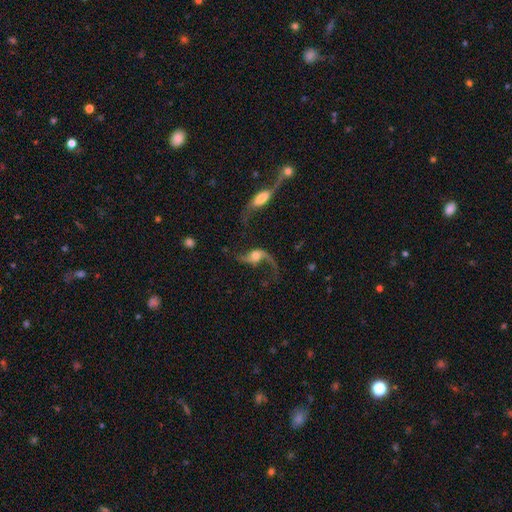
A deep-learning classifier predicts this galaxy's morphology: smooth-or-featured: featured or disk: 84% | smooth: 9% | star or artifact: 7%
  disk-edge-on: no: 94% | yes: 6%
    bar: no: 59% | weak: 30% | strong: 10%
    has-spiral-arms: yes: 94% | no: 6%
      spiral-winding: loose: 91% | medium: 7% | tight: 2%
      spiral-arm-count: 2: 89% | 1: 6% | can't tell: 2% | 3: 1% | 4: 1% | more than 4: 1%
    bulge-size: moderate: 52% | small: 23% | large: 17% | none: 5% | dominant: 3%
  merging: none: 52% | major disturbance: 23% | minor disturbance: 16% | merger: 10%